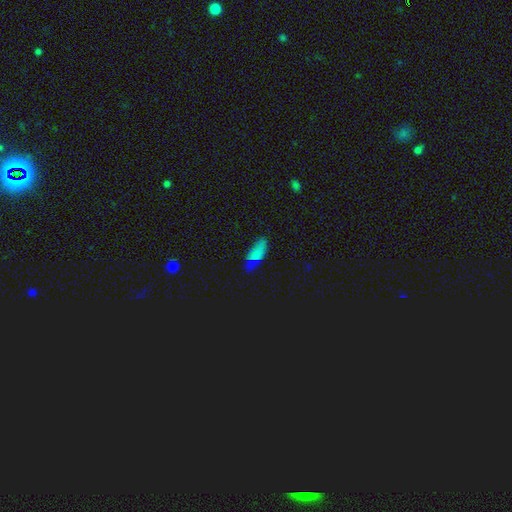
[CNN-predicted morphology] The model was most divided on "merging": none: 57%, minor disturbance: 29%, major disturbance: 11%, merger: 4%. More confident: how rounded — in between (79%); smooth or featured — smooth (64%).